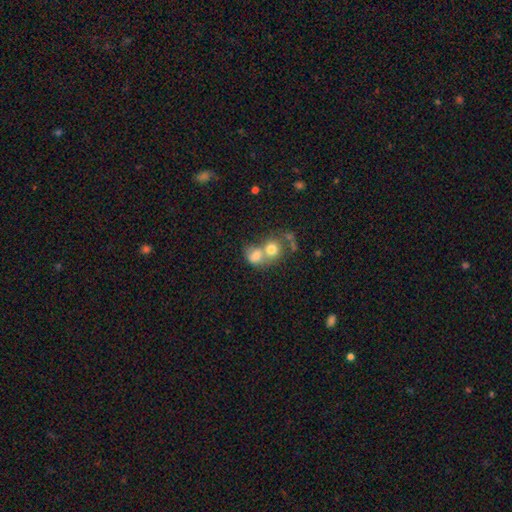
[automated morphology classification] Smooth or featured? smooth (73%)
How rounded? round (60%)
Merging? merger (65%)